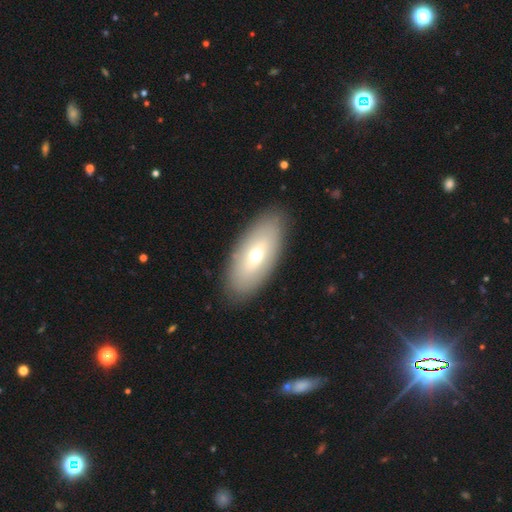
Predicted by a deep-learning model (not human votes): Smooth or featured? smooth (58%)
How rounded? in between (88%)
Merging? none (87%)